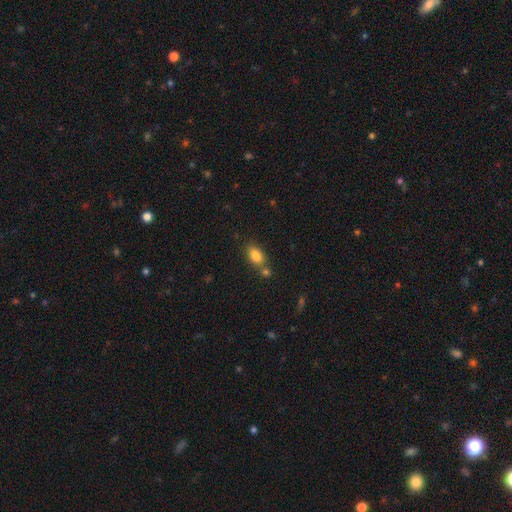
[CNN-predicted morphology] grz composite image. It shows a smooth galaxy with no disk features (83%) that is in between round and cigar-shaped (87%). Merging: none (60%).